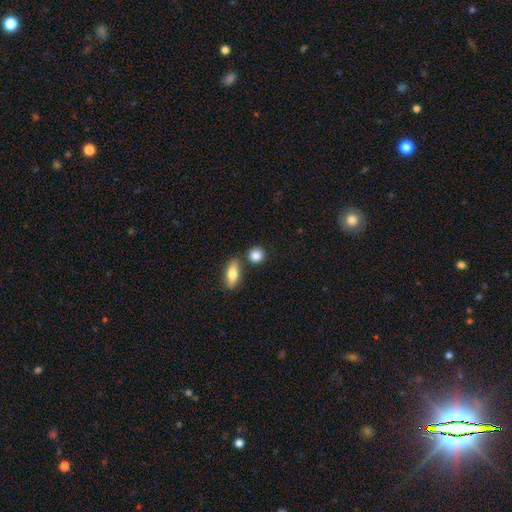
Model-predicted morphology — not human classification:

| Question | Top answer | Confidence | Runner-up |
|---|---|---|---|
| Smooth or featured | smooth | 85% | star or artifact (8%) |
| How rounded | round | 81% | in between (17%) |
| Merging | none | 75% | merger (12%) |